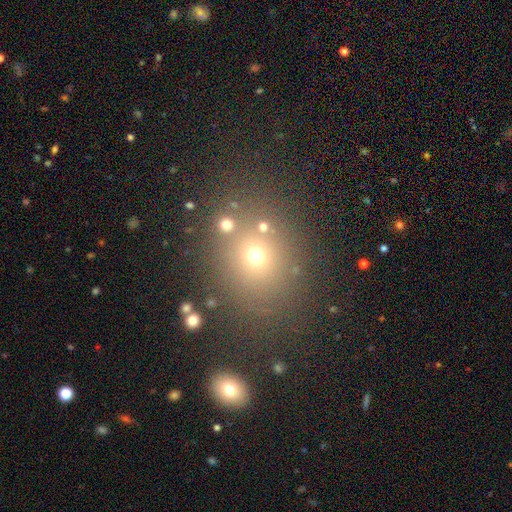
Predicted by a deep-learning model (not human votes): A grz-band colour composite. It shows a smooth galaxy with no disk features (63%) that is round (75%). Merging: none (76%).